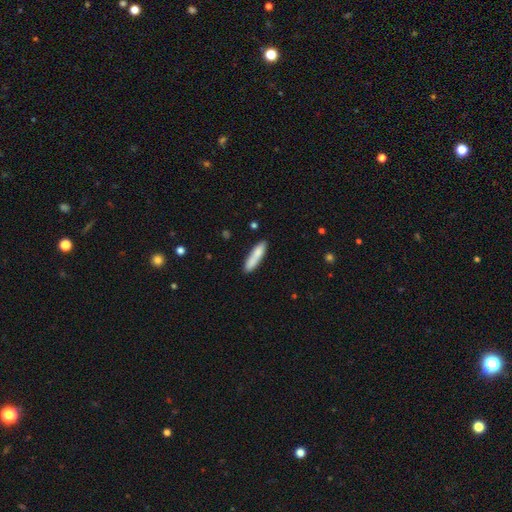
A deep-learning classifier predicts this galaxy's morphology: Q: Smooth or featured?
A: smooth (81%); runner-up: featured or disk (13%)
Q: How rounded?
A: cigar-shaped (80%); runner-up: in between (18%)
Q: Merging?
A: none (76%); runner-up: minor disturbance (16%)